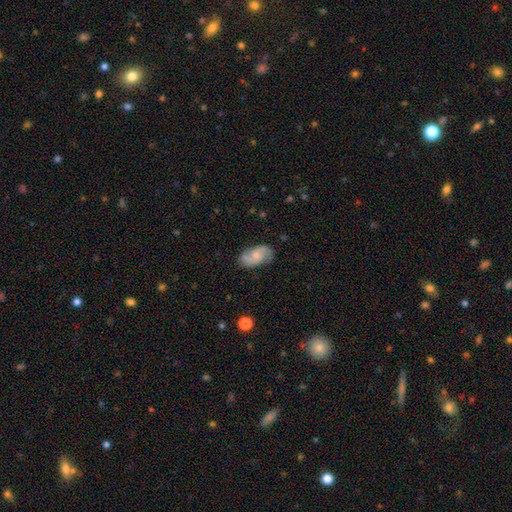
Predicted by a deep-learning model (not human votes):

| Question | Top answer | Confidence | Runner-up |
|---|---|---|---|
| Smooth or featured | featured or disk | 65% | smooth (28%) |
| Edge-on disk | no | 96% | yes (4%) |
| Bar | no | 57% | weak (37%) |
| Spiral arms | yes | 93% | no (7%) |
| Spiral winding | medium | 43% | loose (40%) |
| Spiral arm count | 2 | 89% | can't tell (6%) |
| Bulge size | small | 38% | moderate (30%) |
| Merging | none | 78% | minor disturbance (16%) |